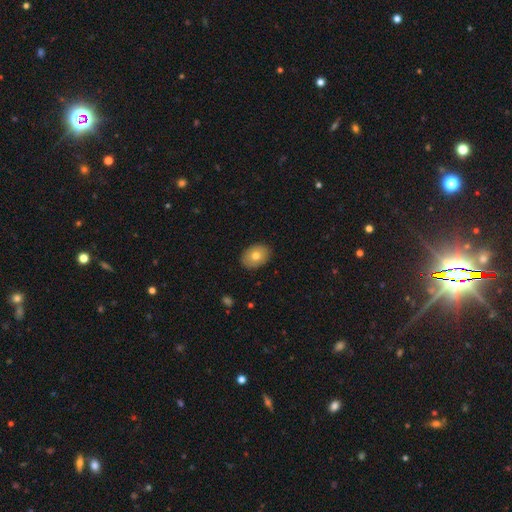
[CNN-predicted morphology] type=smooth (75%); roundness=in between (78%); merging=none (89%).